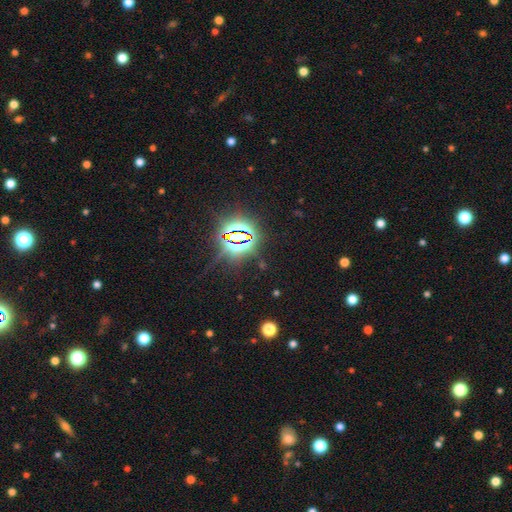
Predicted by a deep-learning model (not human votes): Morphology: type=star or artifact (84%).